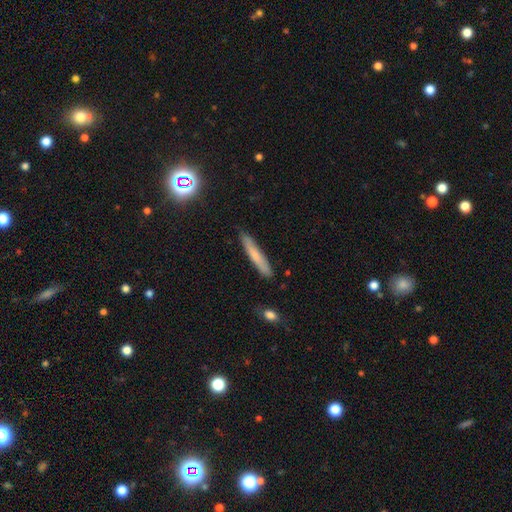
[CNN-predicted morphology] Smooth or featured? smooth (69%)
How rounded? cigar-shaped (94%)
Merging? none (87%)